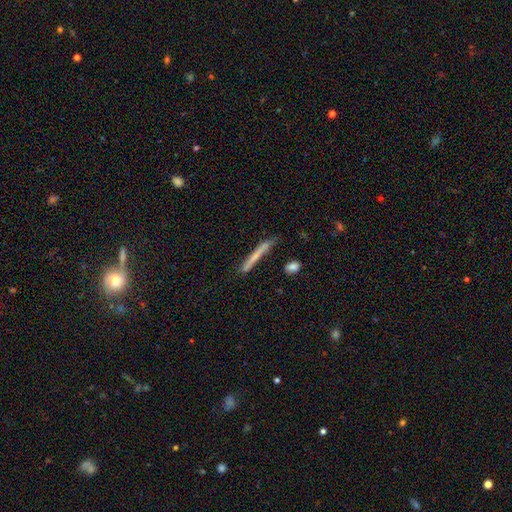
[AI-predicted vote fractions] Smooth or featured? Predicted: smooth (p=0.59). How rounded? Predicted: cigar-shaped (p=0.96). Merging? Predicted: none (p=0.75).